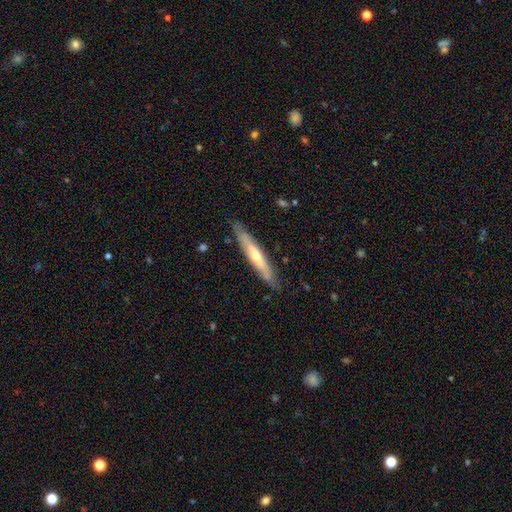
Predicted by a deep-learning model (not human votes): featured or disk 54%, smooth 40%, star or artifact 5%. Down the decision tree: edge-on disk — yes (85%); merging — none (84%).